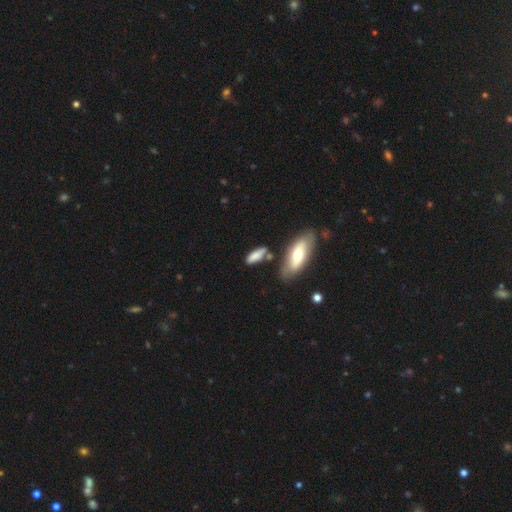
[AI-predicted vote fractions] smooth 78%, featured or disk 15%, star or artifact 7%. Down the decision tree: how rounded — in between (57%); merging — none (61%).